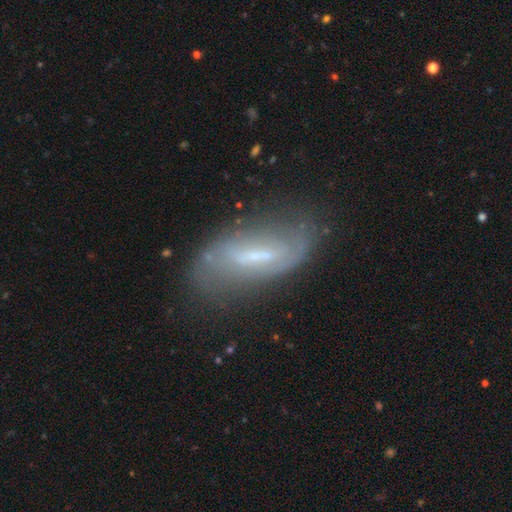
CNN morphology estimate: Smooth or featured? featured or disk (63%)
Edge-on disk? no (81%)
Bar? strong (45%)
Spiral arms? yes (57%)
Bulge size? small (52%)
Merging? none (62%)